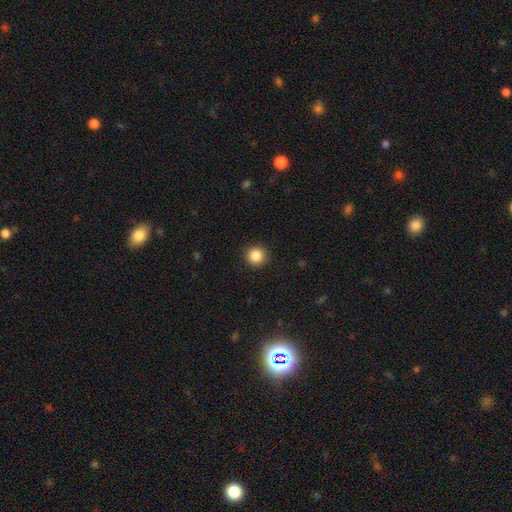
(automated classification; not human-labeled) smooth_or_featured: smooth (p=0.86) [alt: star or artifact p=0.10]
how_rounded: round (p=0.95) [alt: in between p=0.04]
merging: none (p=0.92) [alt: minor disturbance p=0.06]